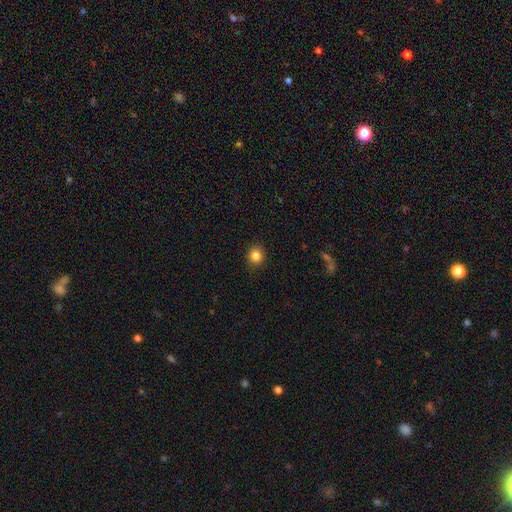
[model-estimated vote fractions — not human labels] Smooth or featured?
  - smooth: 84% *
  - star or artifact: 11%
  - featured or disk: 4%
How rounded?
  - round: 84% *
  - in between: 15%
  - cigar-shaped: 1%
Merging?
  - none: 90% *
  - minor disturbance: 7%
  - major disturbance: 2%
  - merger: 1%